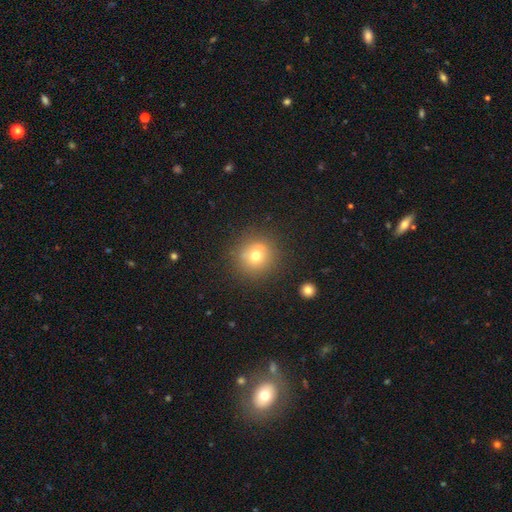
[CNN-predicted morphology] smooth 69%, featured or disk 16%, star or artifact 15%. Down the decision tree: how rounded — round (93%); merging — none (84%).